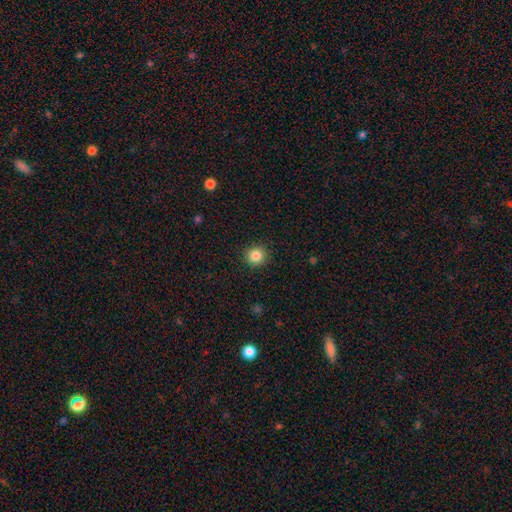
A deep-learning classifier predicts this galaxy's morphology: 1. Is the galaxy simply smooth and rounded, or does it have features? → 85% smooth, 10% star or artifact, 4% featured or disk.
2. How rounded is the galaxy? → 91% round, 8% in between, 1% cigar-shaped.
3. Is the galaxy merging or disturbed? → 91% none, 6% minor disturbance, 2% major disturbance, 1% merger.